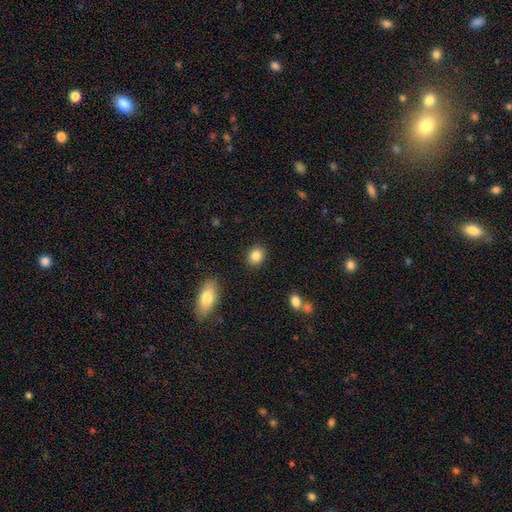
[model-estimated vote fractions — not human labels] The model was most divided on "how rounded": round: 61%, in between: 38%, cigar-shaped: 1%. More confident: merging — none (89%); smooth or featured — smooth (85%).